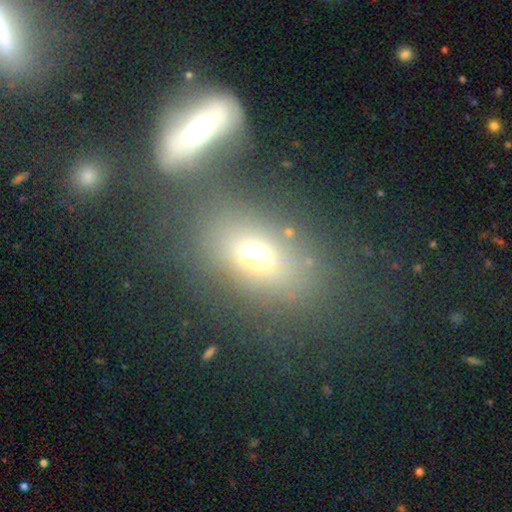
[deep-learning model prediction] Q: Smooth or featured?
A: smooth (62%); runner-up: star or artifact (21%)
Q: How rounded?
A: in between (69%); runner-up: round (27%)
Q: Merging?
A: none (66%); runner-up: minor disturbance (13%)